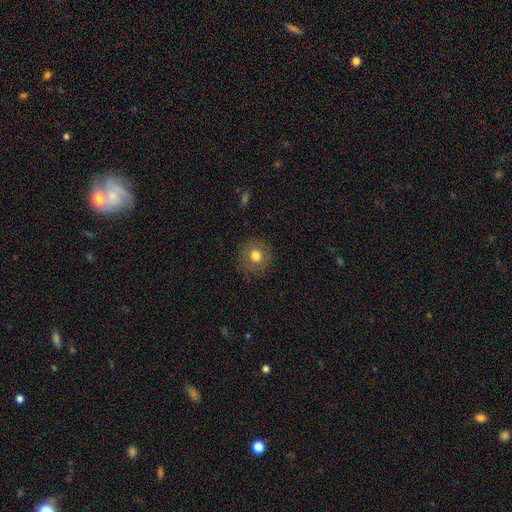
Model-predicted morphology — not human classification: type=smooth (75%); roundness=round (91%); merging=none (86%).